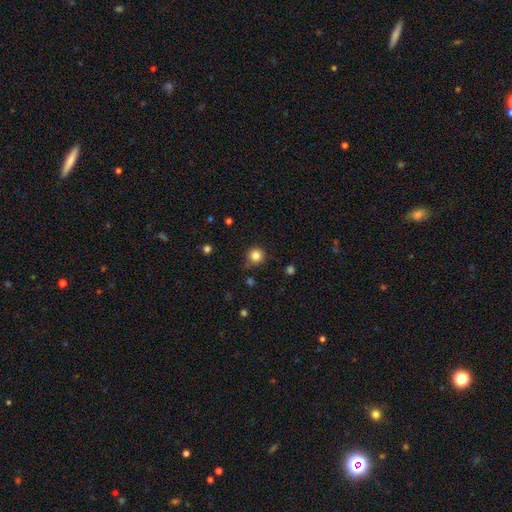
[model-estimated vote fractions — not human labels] This is clearly a smooth galaxy (84%). How rounded: clearly round (94%). Merging: clearly none (86%).